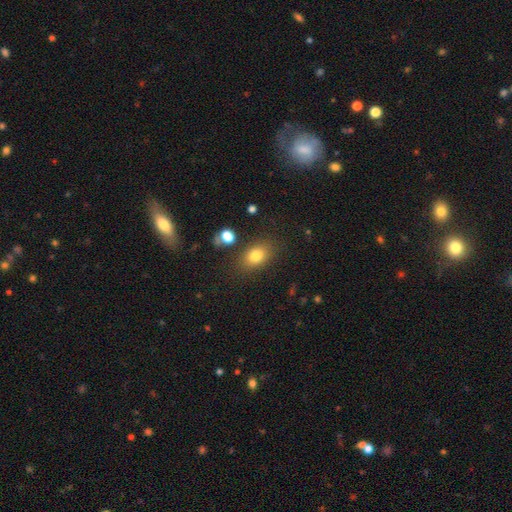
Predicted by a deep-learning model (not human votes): Smooth or featured: smooth — 80% (star or artifact — 11%)
How rounded: in between — 74% (round — 24%)
Merging: none — 78% (minor disturbance — 13%)